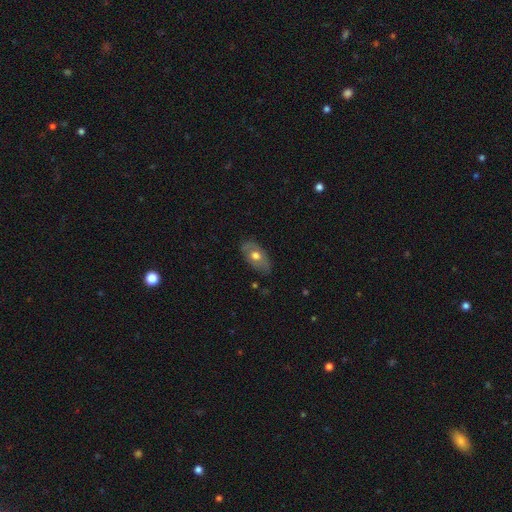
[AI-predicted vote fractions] The model was most divided on "smooth or featured": smooth: 54%, featured or disk: 40%, star or artifact: 7%. More confident: how rounded — in between (89%); merging — none (75%).